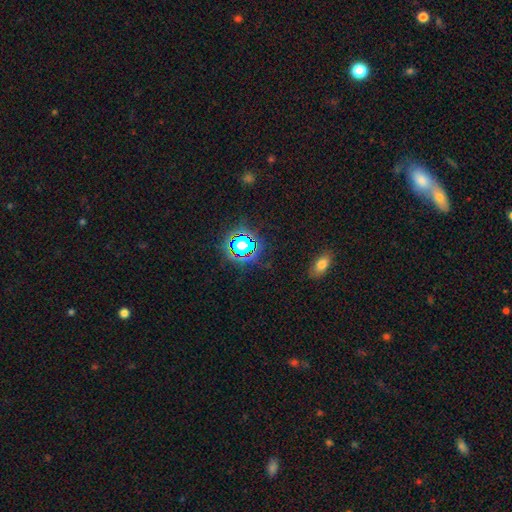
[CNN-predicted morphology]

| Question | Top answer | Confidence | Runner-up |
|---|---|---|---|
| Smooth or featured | star or artifact | 67% | smooth (21%) |